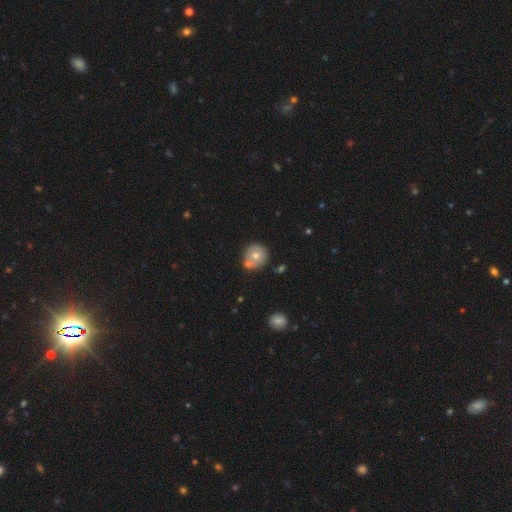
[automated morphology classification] type=smooth (64%); roundness=round (88%); merging=none (56%).